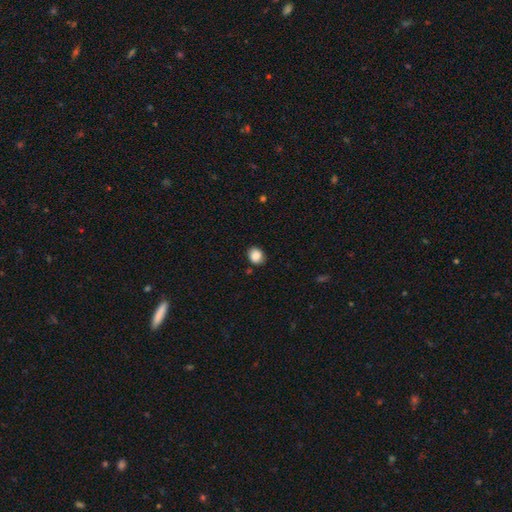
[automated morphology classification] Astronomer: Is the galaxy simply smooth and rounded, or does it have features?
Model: smooth — 87%.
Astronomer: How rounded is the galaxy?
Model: round — 64%.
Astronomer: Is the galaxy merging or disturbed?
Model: none — 84%.